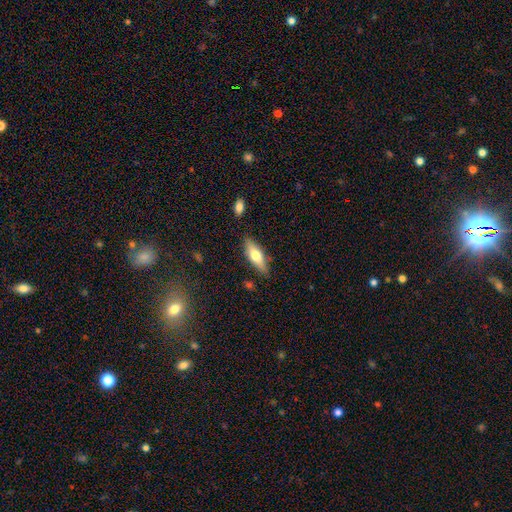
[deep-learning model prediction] smooth-or-featured: smooth: 60% | featured or disk: 33% | star or artifact: 6%
  how-rounded: in between: 56% | cigar-shaped: 42% | round: 2%
  merging: none: 83% | minor disturbance: 12% | major disturbance: 3% | merger: 2%